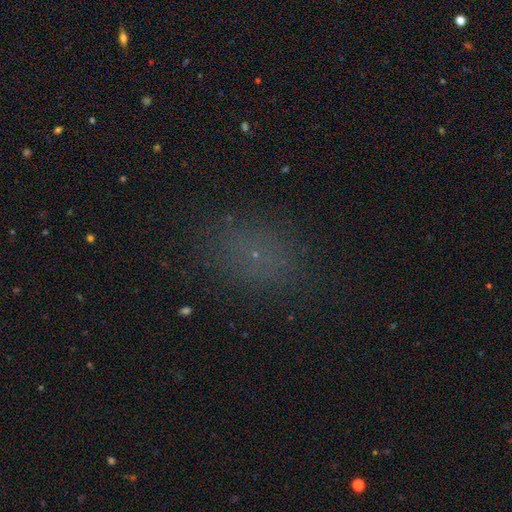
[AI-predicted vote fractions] The model was most divided on "how rounded": in between: 63%, round: 35%, cigar-shaped: 2%. More confident: merging — none (82%); smooth or featured — smooth (60%).